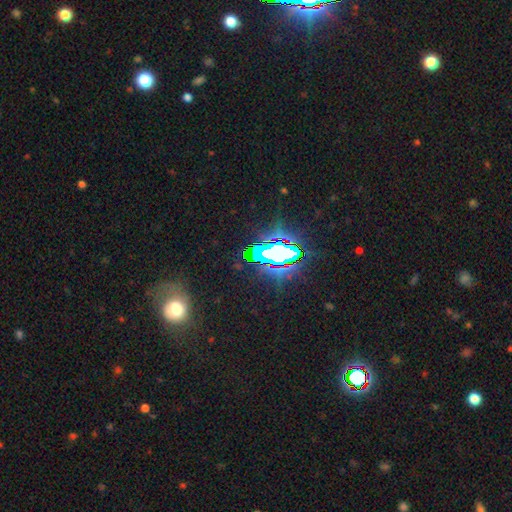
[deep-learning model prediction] Smooth or featured?
  - star or artifact: 73% *
  - smooth: 14%
  - featured or disk: 13%